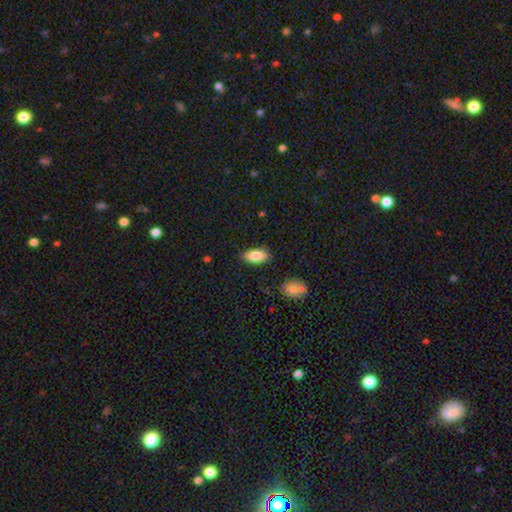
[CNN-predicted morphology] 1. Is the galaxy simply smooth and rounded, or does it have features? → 85% smooth, 8% featured or disk, 7% star or artifact.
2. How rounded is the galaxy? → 91% in between, 6% cigar-shaped, 3% round.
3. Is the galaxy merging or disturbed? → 84% none, 12% minor disturbance, 2% major disturbance, 2% merger.